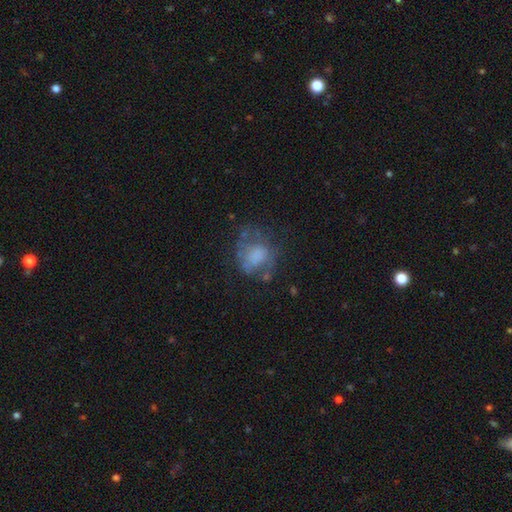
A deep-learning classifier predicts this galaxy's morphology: smooth 52%, featured or disk 36%, star or artifact 12%. Down the decision tree: how rounded — round (61%); merging — none (44%).